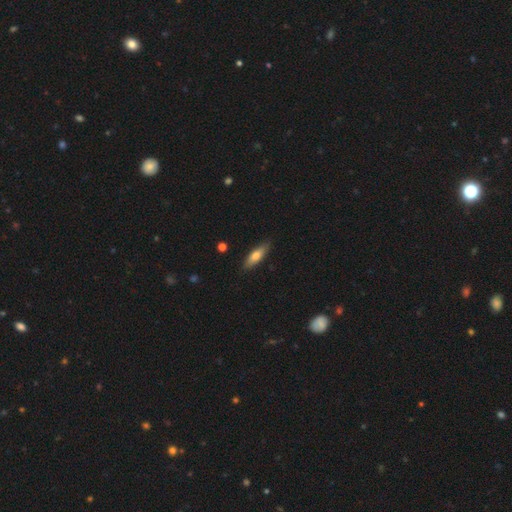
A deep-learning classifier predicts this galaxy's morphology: The model was most divided on "how rounded": cigar-shaped: 56%, in between: 42%, round: 2%. More confident: merging — none (86%); smooth or featured — smooth (67%).